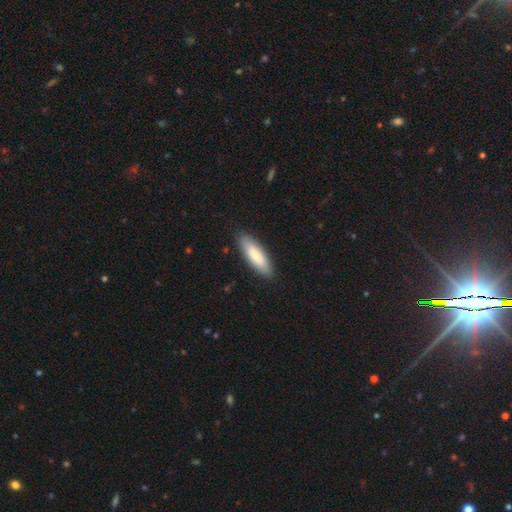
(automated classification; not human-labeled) This appears to be a smooth galaxy with no disk features (81%) that is in between round and cigar-shaped (53%). Merging: none (88%).